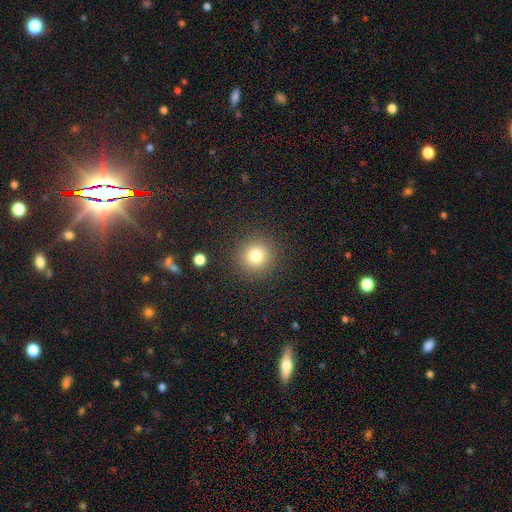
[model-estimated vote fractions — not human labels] Morphology: type=smooth (79%); roundness=round (94%); merging=none (90%).